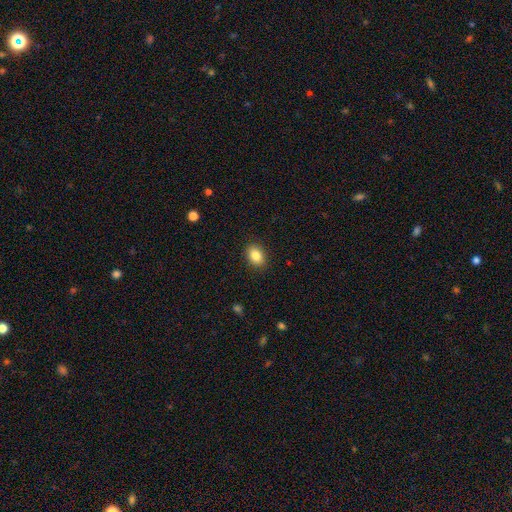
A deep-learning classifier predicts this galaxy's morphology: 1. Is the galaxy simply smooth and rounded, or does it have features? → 86% smooth, 8% star or artifact, 5% featured or disk.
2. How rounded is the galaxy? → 75% in between, 23% round, 1% cigar-shaped.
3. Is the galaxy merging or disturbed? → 89% none, 8% minor disturbance, 2% major disturbance, 1% merger.